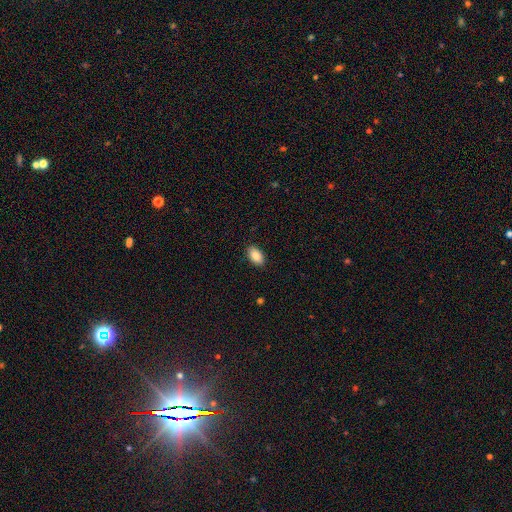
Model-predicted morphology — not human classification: Overall: smooth (88%). How rounded: in between (93%). Merging: none (89%).